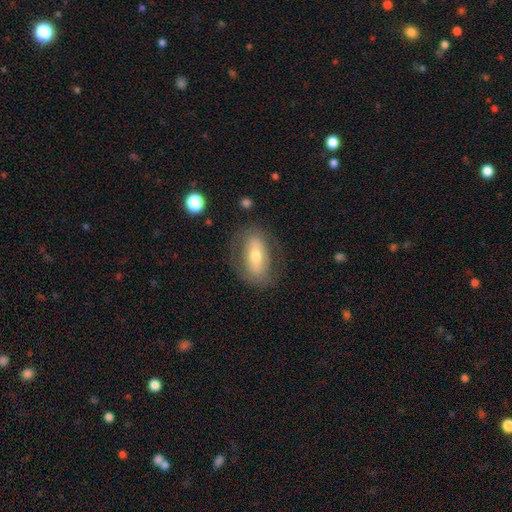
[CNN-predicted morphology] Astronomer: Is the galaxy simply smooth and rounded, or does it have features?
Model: smooth — 47% (runner-up: featured or disk, 45%).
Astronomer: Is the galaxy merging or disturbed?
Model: none — 76%.